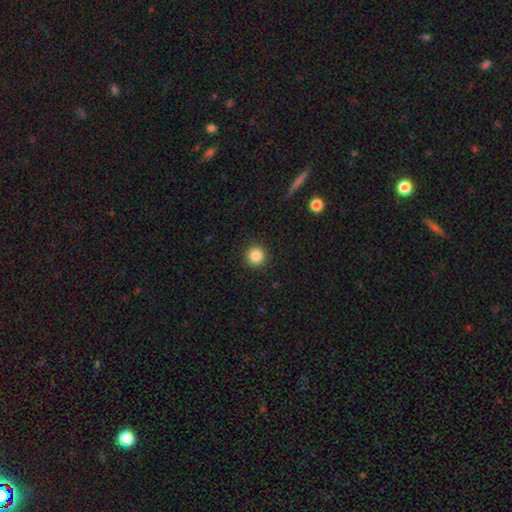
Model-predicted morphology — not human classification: Smooth or featured?
  - smooth: 85% *
  - star or artifact: 10%
  - featured or disk: 4%
How rounded?
  - round: 95% *
  - in between: 4%
  - cigar-shaped: 1%
Merging?
  - none: 92% *
  - minor disturbance: 5%
  - major disturbance: 2%
  - merger: 1%